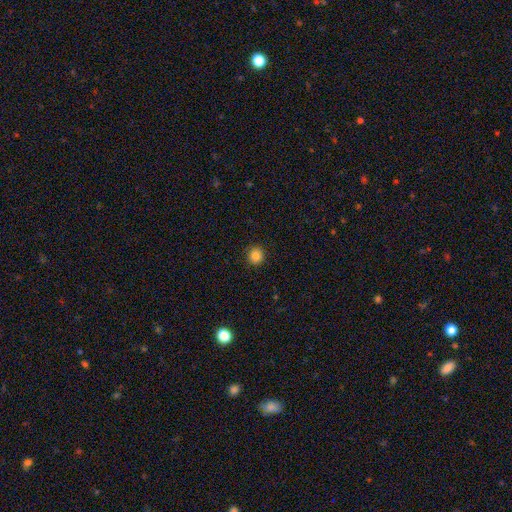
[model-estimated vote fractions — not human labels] The model was most divided on "smooth or featured": smooth: 84%, star or artifact: 11%, featured or disk: 4%. More confident: how rounded — round (92%); merging — none (91%).